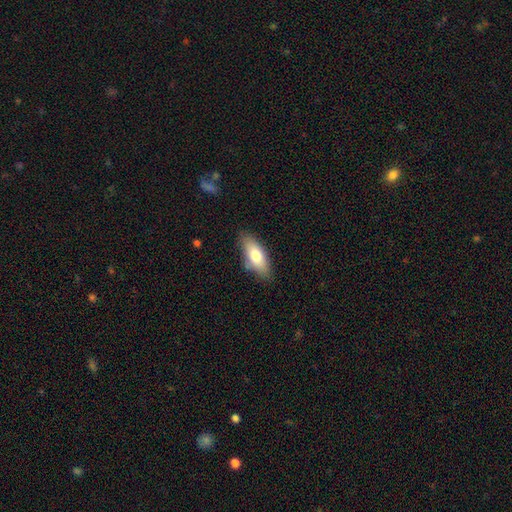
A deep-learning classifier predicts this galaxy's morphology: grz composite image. It shows a smooth galaxy with no disk features (74%) that is in between round and cigar-shaped (77%). Merging: none (81%).